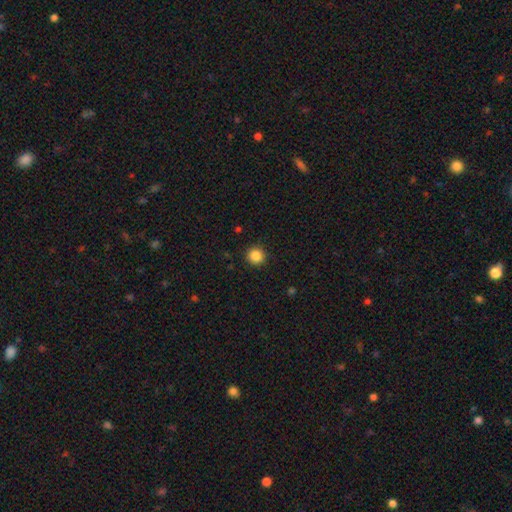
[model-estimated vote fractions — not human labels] smooth-or-featured: smooth: 85% | star or artifact: 11% | featured or disk: 4%
  how-rounded: round: 95% | in between: 4% | cigar-shaped: 1%
  merging: none: 92% | minor disturbance: 5% | major disturbance: 2% | merger: 1%